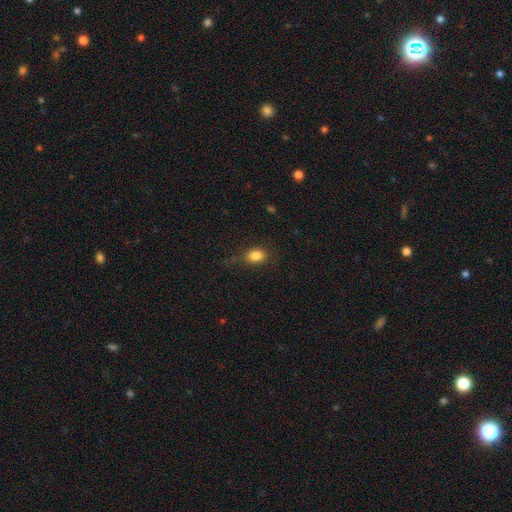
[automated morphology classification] A smooth galaxy with no disk features (85%) that is in between round and cigar-shaped (70%).

Vote fractions:
- Smooth or featured? smooth: 85% / star or artifact: 10% / featured or disk: 5%
- How rounded? in between: 70% / round: 29% / cigar-shaped: 1%
- Merging? none: 80% / minor disturbance: 14% / major disturbance: 4% / merger: 1%